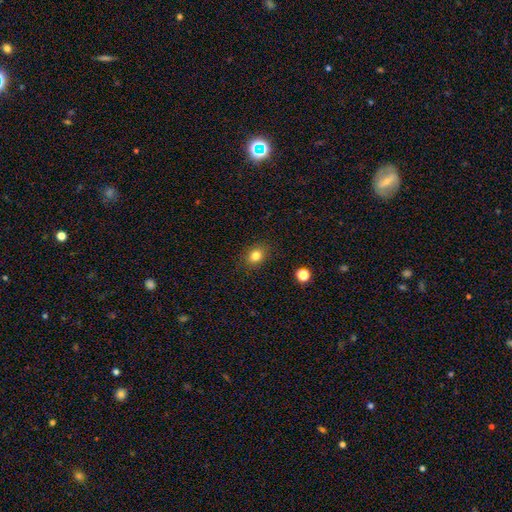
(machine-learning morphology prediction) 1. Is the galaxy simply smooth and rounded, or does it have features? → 82% smooth, 12% star or artifact, 6% featured or disk.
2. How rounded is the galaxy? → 56% round, 43% in between, 1% cigar-shaped.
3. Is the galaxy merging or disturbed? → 88% none, 9% minor disturbance, 2% major disturbance, 1% merger.